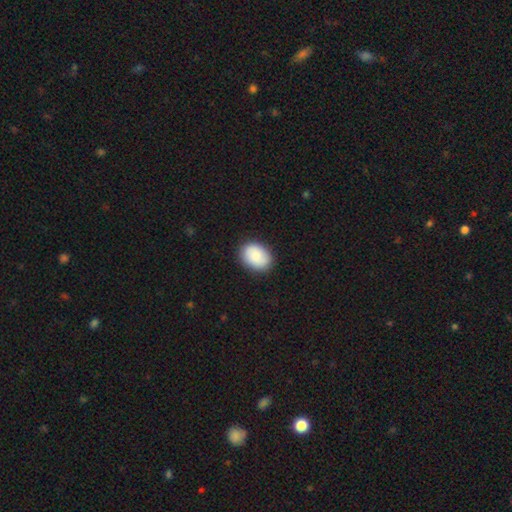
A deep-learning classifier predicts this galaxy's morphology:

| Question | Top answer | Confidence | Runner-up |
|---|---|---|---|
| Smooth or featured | smooth | 78% | featured or disk (15%) |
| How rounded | in between | 65% | round (34%) |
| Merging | none | 86% | minor disturbance (10%) |